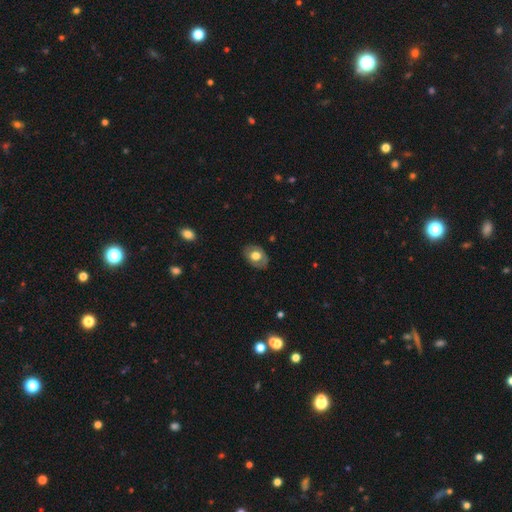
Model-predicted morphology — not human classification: smooth 56%, featured or disk 37%, star or artifact 7%. Down the decision tree: how rounded — in between (72%); merging — none (81%).